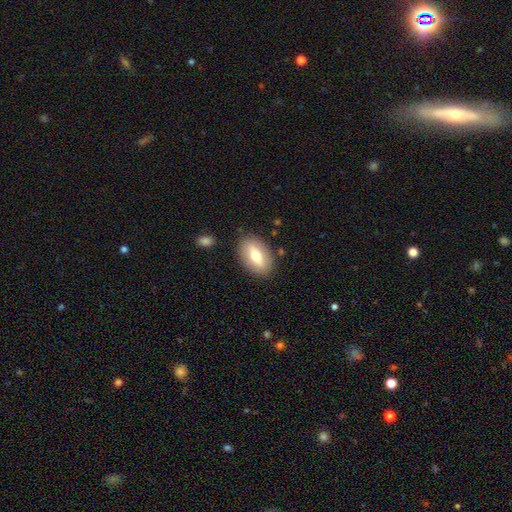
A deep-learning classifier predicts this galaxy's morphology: Smooth or featured? Predicted: smooth (p=0.60). How rounded? Predicted: in between (p=0.87). Merging? Predicted: none (p=0.85).